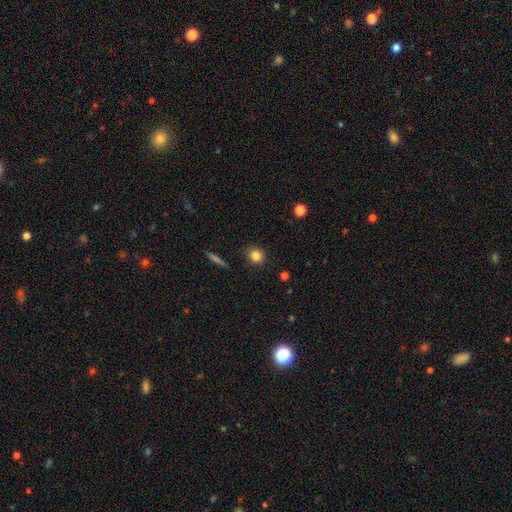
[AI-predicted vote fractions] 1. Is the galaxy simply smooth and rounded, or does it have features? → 84% smooth, 10% star or artifact, 5% featured or disk.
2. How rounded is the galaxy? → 79% round, 20% in between, 2% cigar-shaped.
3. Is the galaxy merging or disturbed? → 88% none, 9% minor disturbance, 2% major disturbance, 1% merger.